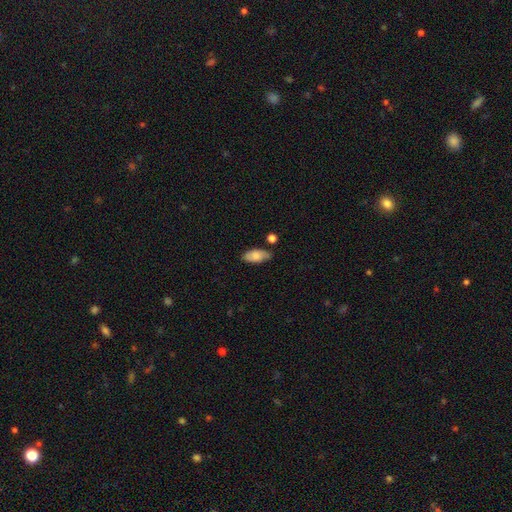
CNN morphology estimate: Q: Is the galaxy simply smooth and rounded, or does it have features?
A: smooth — 77%.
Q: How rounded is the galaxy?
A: in between — 90%.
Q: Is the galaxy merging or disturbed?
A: none — 71%.